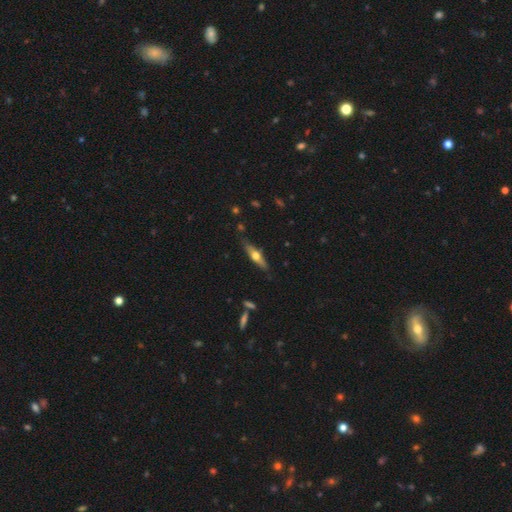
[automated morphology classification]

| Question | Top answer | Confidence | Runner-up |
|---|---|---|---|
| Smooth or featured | featured or disk | 59% | smooth (35%) |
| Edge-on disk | yes | 93% | no (7%) |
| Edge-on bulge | rounded | 94% | boxy (3%) |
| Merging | none | 83% | minor disturbance (12%) |